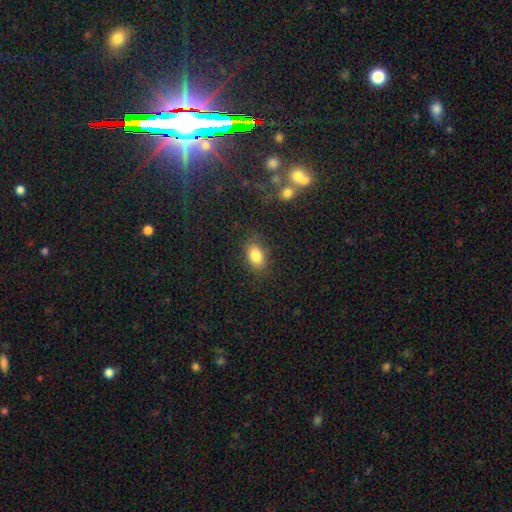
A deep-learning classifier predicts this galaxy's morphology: smooth_or_featured: smooth (p=0.83) [alt: star or artifact p=0.09]
how_rounded: in between (p=0.84) [alt: round p=0.15]
merging: none (p=0.81) [alt: minor disturbance p=0.13]